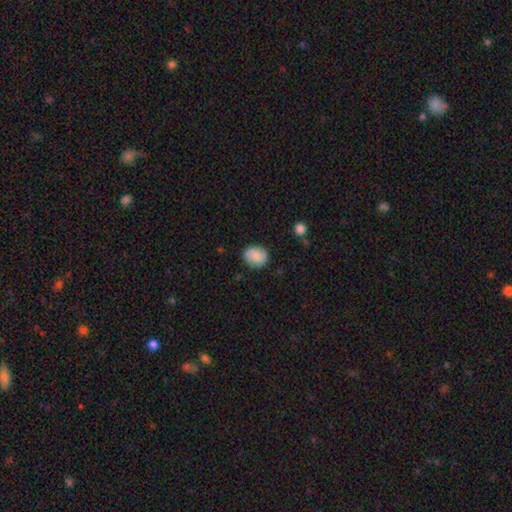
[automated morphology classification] Smooth or featured?
  - smooth: 62% *
  - featured or disk: 29%
  - star or artifact: 8%
How rounded?
  - round: 67% *
  - in between: 32%
  - cigar-shaped: 1%
Merging?
  - none: 81% *
  - minor disturbance: 14%
  - major disturbance: 4%
  - merger: 1%